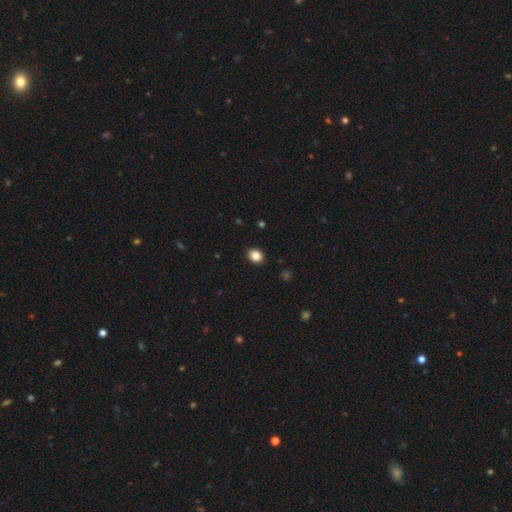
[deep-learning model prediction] Smooth or featured: smooth — 85% (star or artifact — 10%)
How rounded: round — 51% (in between — 48%)
Merging: none — 90% (minor disturbance — 7%)